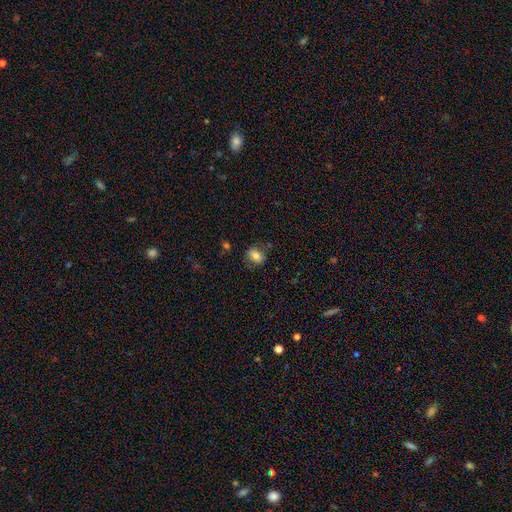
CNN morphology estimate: This is likely a smooth galaxy (75%). How rounded: likely in between (67%). Merging: likely none (73%).